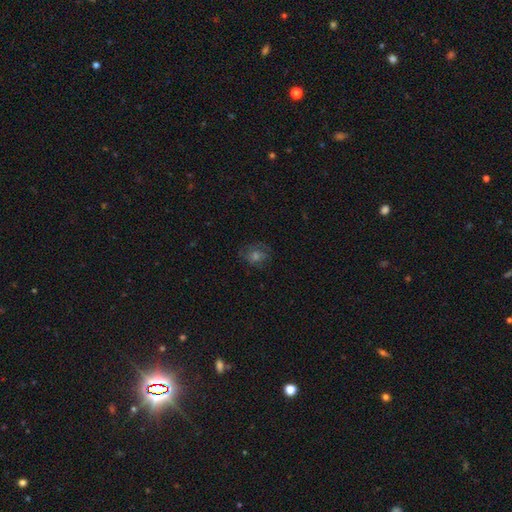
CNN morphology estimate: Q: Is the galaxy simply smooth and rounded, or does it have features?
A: smooth — 45%.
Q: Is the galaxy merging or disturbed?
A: none — 75%.